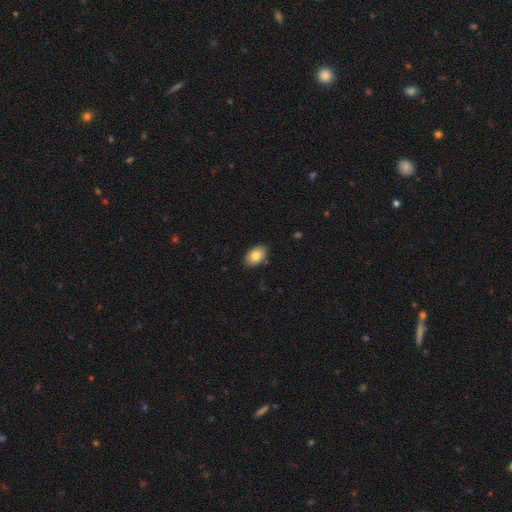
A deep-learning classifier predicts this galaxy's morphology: A smooth galaxy with no disk features (80%) that is in between round and cigar-shaped (88%). Merging: none (87%).